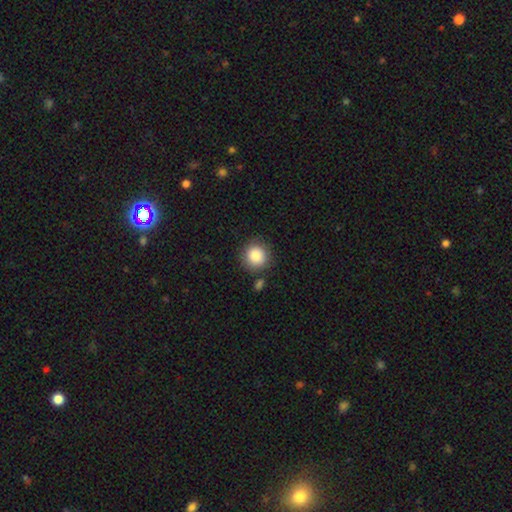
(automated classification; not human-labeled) smooth 87%, star or artifact 8%, featured or disk 4%. Down the decision tree: how rounded — round (92%); merging — none (83%).